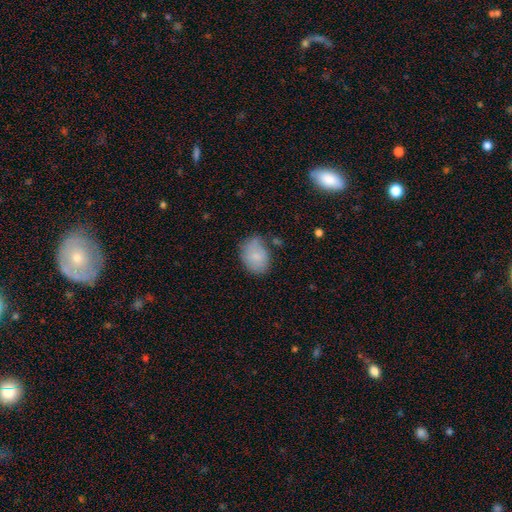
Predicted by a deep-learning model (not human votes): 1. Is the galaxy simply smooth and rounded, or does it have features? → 80% smooth, 13% featured or disk, 7% star or artifact.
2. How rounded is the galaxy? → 72% in between, 27% round, 1% cigar-shaped.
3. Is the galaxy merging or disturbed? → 60% none, 28% minor disturbance, 7% major disturbance, 5% merger.